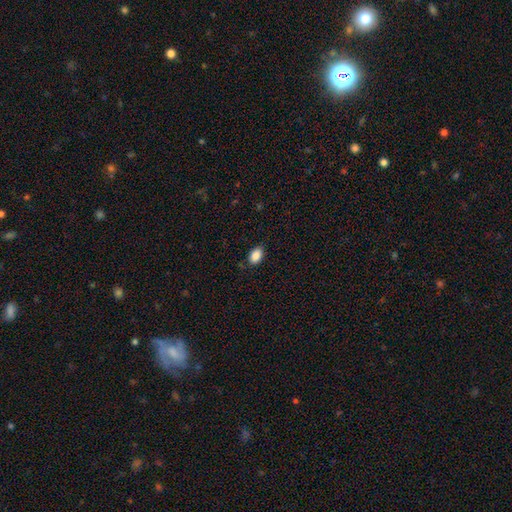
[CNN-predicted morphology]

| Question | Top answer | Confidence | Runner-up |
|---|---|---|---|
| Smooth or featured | smooth | 88% | star or artifact (8%) |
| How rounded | in between | 88% | round (10%) |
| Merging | none | 83% | minor disturbance (13%) |